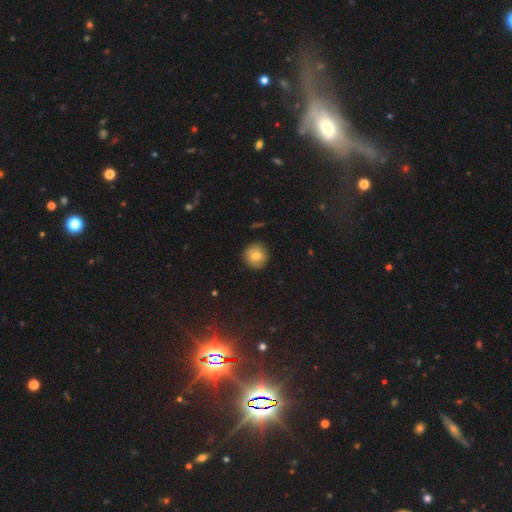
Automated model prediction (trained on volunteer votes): Smooth or featured?
  - smooth: 75% *
  - featured or disk: 15%
  - star or artifact: 10%
How rounded?
  - round: 92% *
  - in between: 7%
  - cigar-shaped: 1%
Merging?
  - none: 88% *
  - minor disturbance: 9%
  - major disturbance: 2%
  - merger: 1%